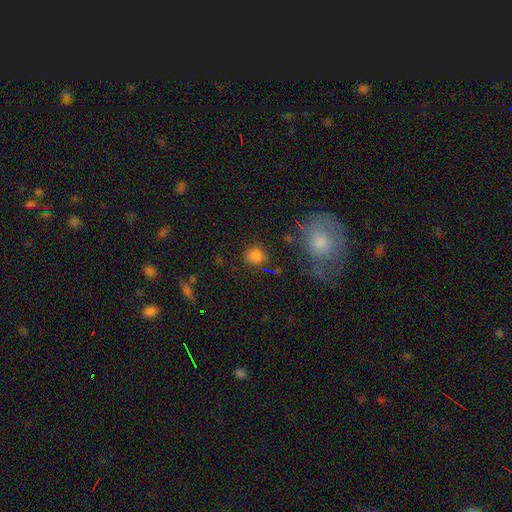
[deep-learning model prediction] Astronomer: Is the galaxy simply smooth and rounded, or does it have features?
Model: smooth — 79%.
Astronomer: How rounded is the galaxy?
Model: round — 81%.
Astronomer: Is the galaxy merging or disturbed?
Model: none — 77%.